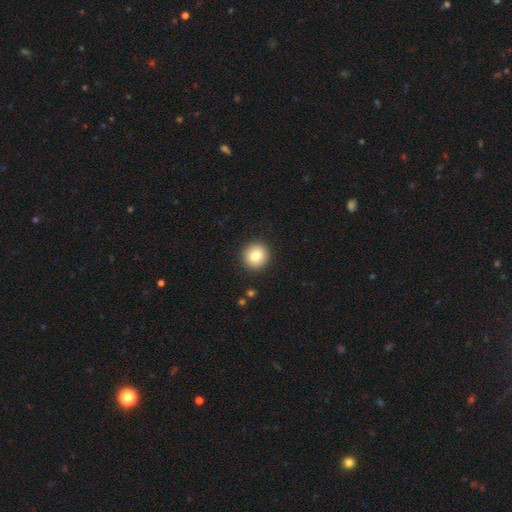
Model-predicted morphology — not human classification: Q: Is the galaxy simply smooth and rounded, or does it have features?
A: smooth — 81%.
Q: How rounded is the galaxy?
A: round — 92%.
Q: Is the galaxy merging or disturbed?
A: none — 92%.